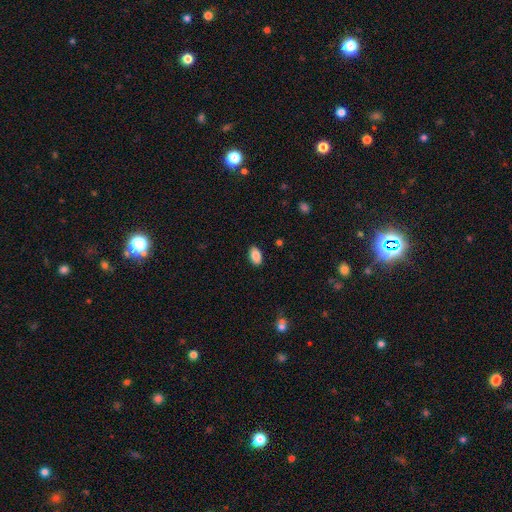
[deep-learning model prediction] This appears to be a smooth galaxy with no disk features (88%) that is in between round and cigar-shaped (93%). Merging: none (88%).